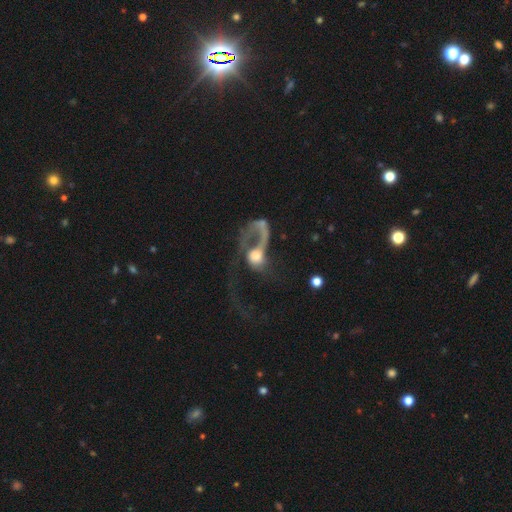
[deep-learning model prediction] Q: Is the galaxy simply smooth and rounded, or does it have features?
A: featured or disk — 61%.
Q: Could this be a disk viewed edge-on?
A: no — 96%.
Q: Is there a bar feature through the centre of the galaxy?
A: no — 76%.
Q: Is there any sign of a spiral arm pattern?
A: yes — 63%.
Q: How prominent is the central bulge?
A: moderate — 50%.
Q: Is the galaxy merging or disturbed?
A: major disturbance — 68%.